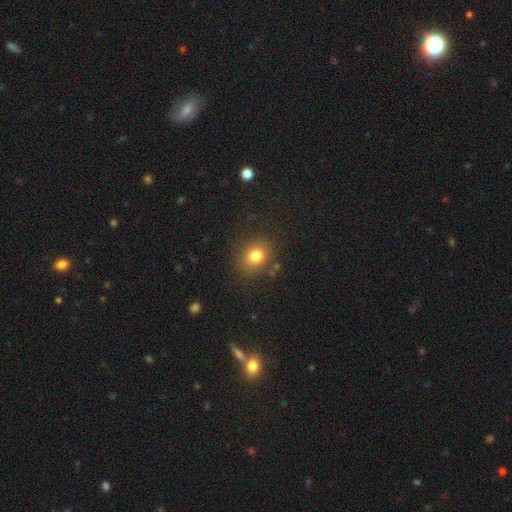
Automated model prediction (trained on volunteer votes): A smooth galaxy with no disk features (80%) that is round (72%).

Vote fractions:
- Smooth or featured? smooth: 80% / star or artifact: 13% / featured or disk: 7%
- How rounded? round: 72% / in between: 28% / cigar-shaped: 1%
- Merging? none: 84% / minor disturbance: 10% / major disturbance: 4% / merger: 2%